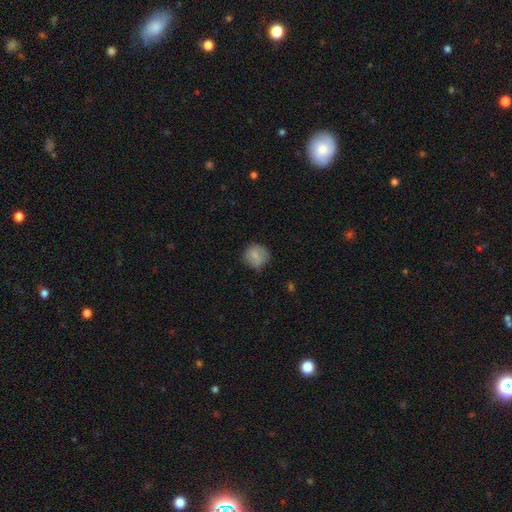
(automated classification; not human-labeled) Q: Smooth or featured?
A: smooth (75%); runner-up: featured or disk (17%)
Q: How rounded?
A: round (87%); runner-up: in between (12%)
Q: Merging?
A: none (72%); runner-up: minor disturbance (21%)